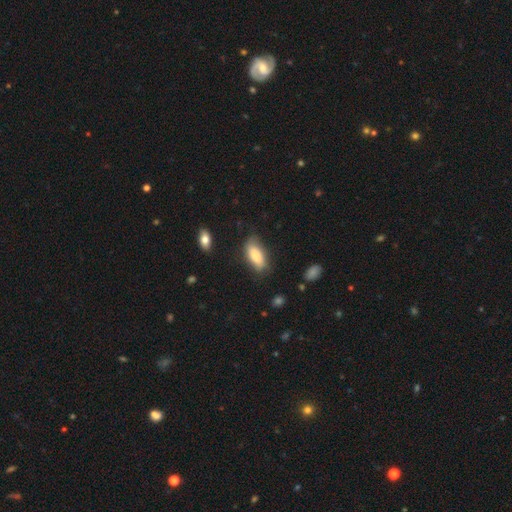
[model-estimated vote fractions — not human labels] Smooth or featured? smooth (82%)
How rounded? in between (86%)
Merging? none (71%)